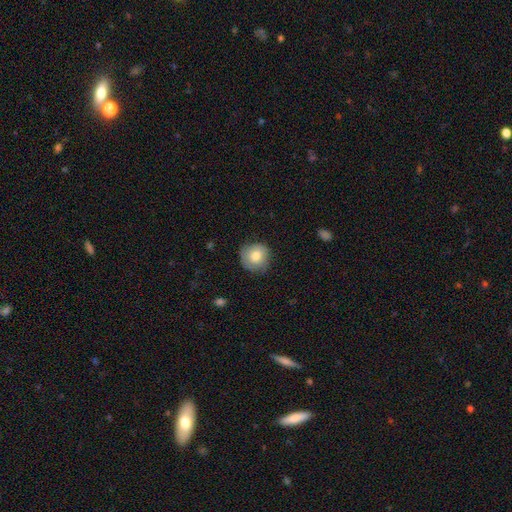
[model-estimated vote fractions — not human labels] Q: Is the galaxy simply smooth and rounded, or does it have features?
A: smooth — 76%.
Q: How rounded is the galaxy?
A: round — 90%.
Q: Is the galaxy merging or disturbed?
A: none — 76%.